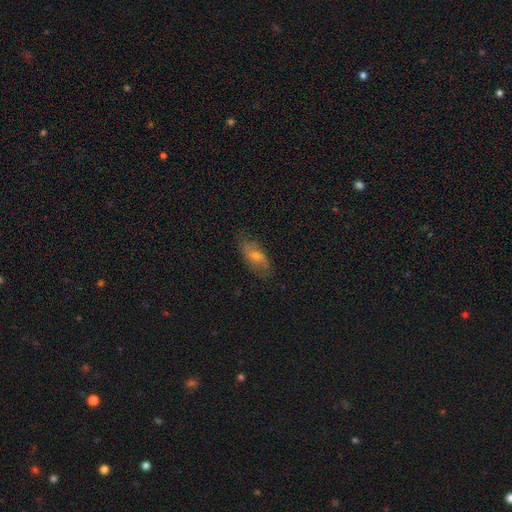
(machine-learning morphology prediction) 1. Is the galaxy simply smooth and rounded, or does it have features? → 51% smooth, 41% featured or disk, 8% star or artifact.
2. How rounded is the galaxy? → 83% in between, 12% cigar-shaped, 5% round.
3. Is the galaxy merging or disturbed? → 72% none, 21% minor disturbance, 6% major disturbance, 1% merger.